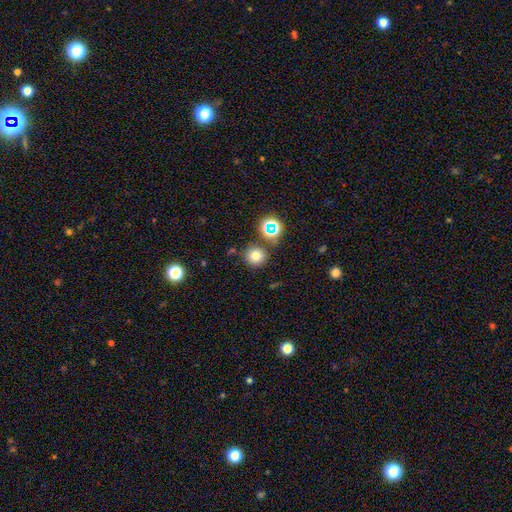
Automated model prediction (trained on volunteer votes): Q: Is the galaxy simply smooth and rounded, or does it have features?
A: smooth — 73%.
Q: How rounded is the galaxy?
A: round — 93%.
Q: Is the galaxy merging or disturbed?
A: none — 82%.